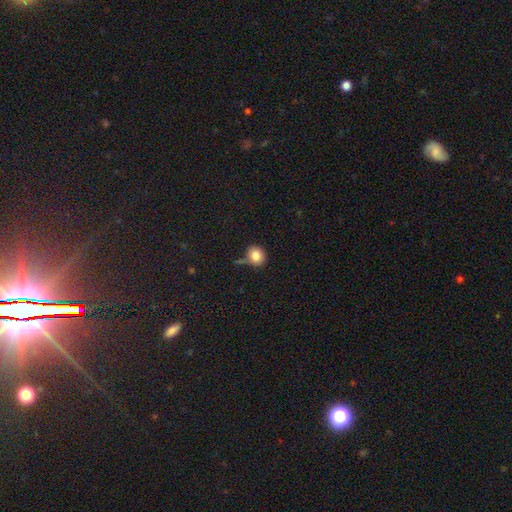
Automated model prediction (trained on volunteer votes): Smooth or featured: smooth — 84% (star or artifact — 10%)
How rounded: round — 76% (in between — 23%)
Merging: none — 68% (minor disturbance — 18%)